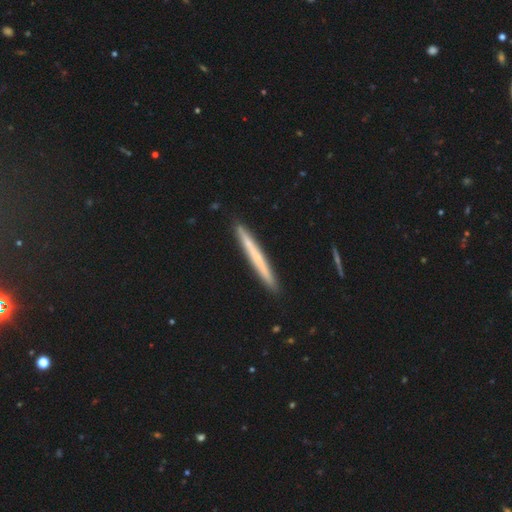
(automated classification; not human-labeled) A smooth galaxy with no disk features (50%). Merging: none (91%).